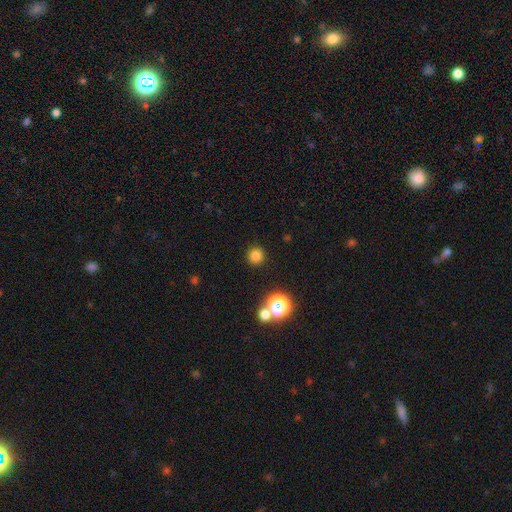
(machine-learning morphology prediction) smooth 78%, star or artifact 17%, featured or disk 5%. Down the decision tree: how rounded — round (95%); merging — none (91%).